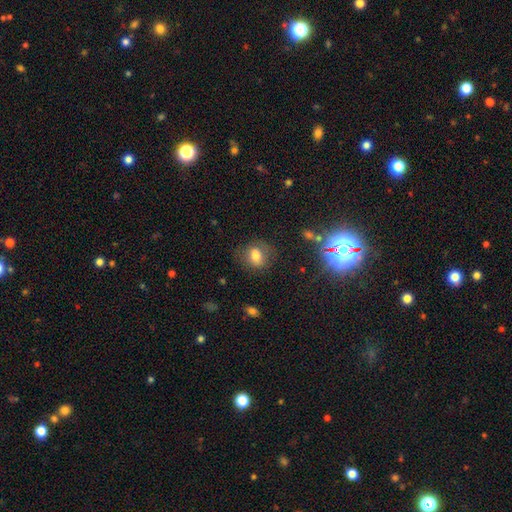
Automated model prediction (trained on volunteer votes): Smooth or featured: smooth — 74% (featured or disk — 14%)
How rounded: in between — 50% (round — 48%)
Merging: none — 74% (minor disturbance — 16%)